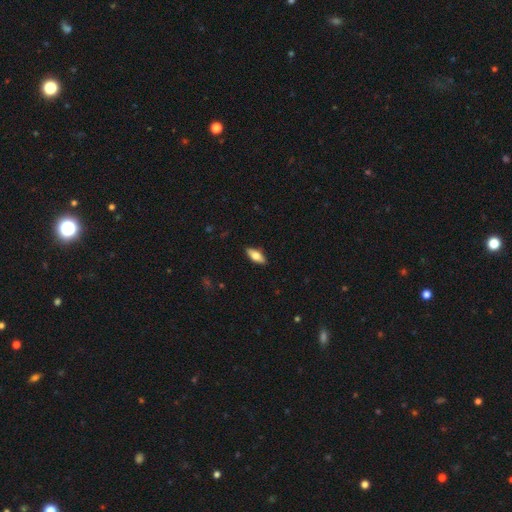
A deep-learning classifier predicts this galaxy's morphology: Q: Smooth or featured?
A: smooth (64%); runner-up: featured or disk (30%)
Q: How rounded?
A: in between (73%); runner-up: cigar-shaped (25%)
Q: Merging?
A: none (89%); runner-up: minor disturbance (8%)